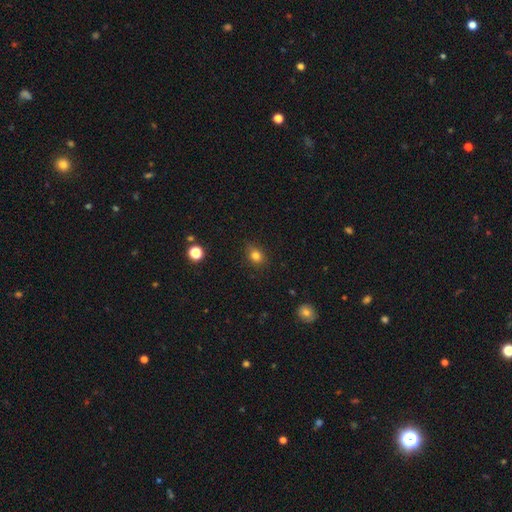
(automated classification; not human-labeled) The model was most divided on "how rounded": round: 56%, in between: 43%, cigar-shaped: 1%. More confident: merging — none (84%); smooth or featured — smooth (81%).